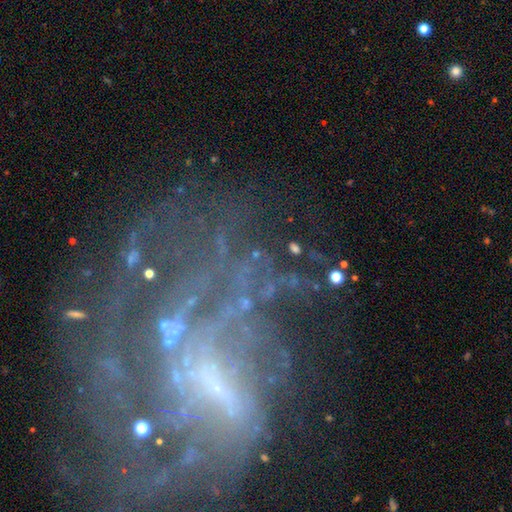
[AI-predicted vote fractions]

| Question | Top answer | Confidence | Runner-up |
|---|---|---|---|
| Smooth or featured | featured or disk | 70% | star or artifact (20%) |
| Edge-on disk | no | 95% | yes (5%) |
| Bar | no | 40% | weak (33%) |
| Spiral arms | yes | 67% | no (33%) |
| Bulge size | small | 49% | none (34%) |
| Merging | none | 49% | major disturbance (29%) |